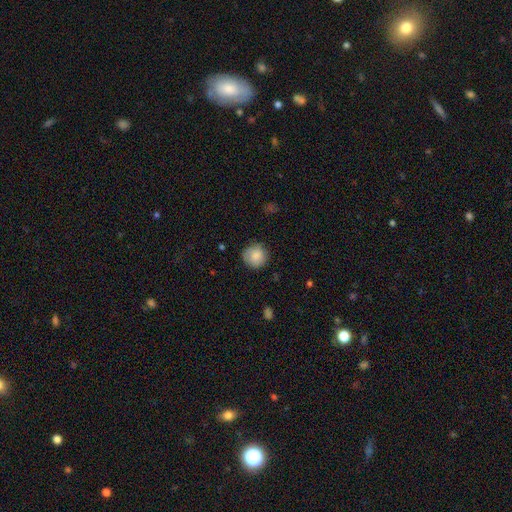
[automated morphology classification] type=smooth (83%); roundness=round (91%); merging=none (80%).